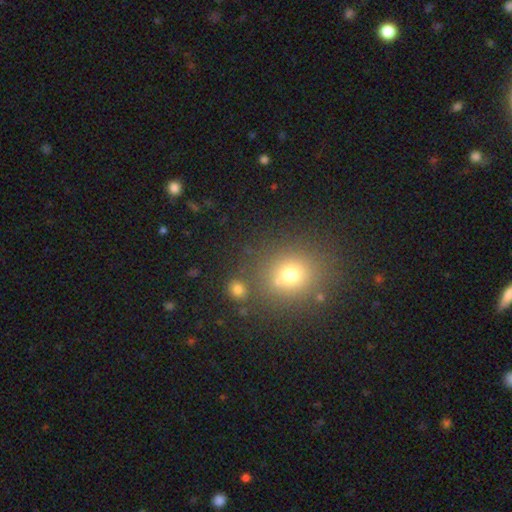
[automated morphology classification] Overall: smooth (65%). How rounded: round (73%). Merging: none (78%).